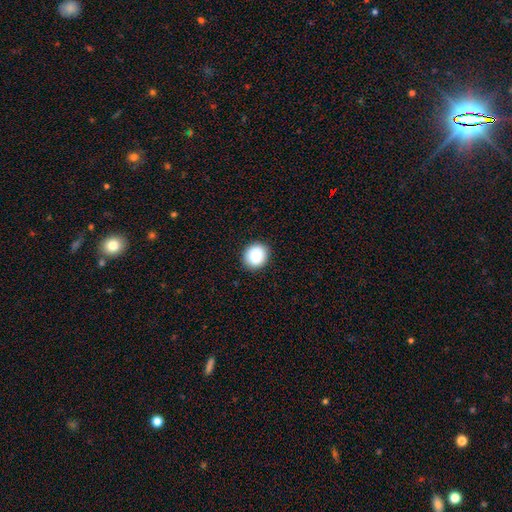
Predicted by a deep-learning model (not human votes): Smooth or featured? smooth (86%)
How rounded? round (84%)
Merging? none (90%)